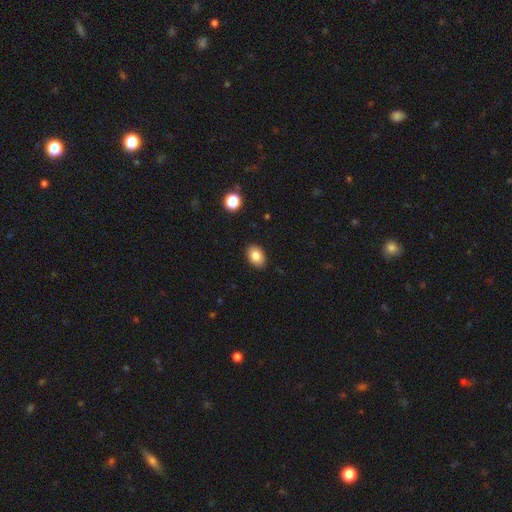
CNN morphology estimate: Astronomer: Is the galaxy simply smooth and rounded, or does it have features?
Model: smooth — 84%.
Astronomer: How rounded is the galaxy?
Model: in between — 79%.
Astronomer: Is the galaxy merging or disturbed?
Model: none — 89%.